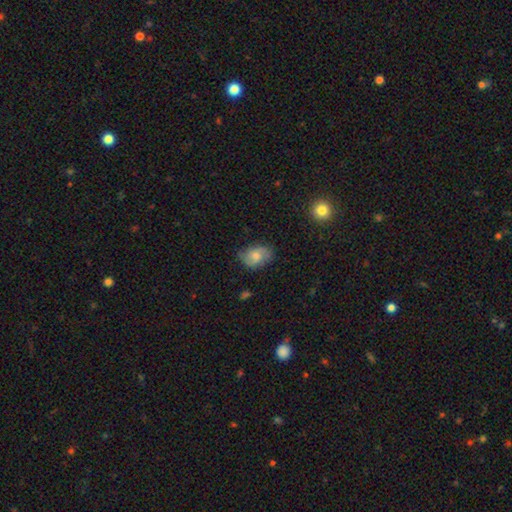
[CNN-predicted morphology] Overall: smooth (58%; featured or disk 34%). How rounded: in between (80%). Merging: none (73%).